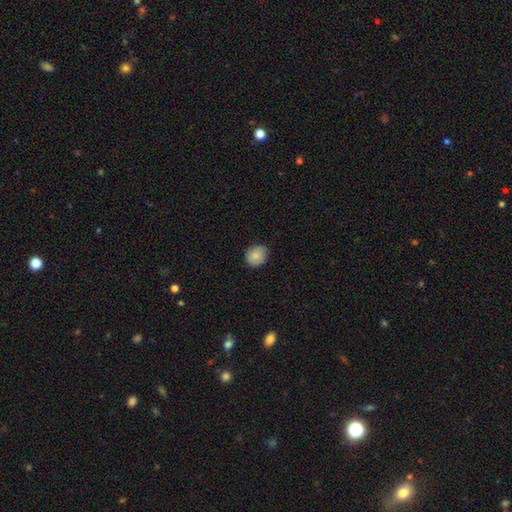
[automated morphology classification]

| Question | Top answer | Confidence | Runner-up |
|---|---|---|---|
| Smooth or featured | smooth | 84% | featured or disk (8%) |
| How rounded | round | 65% | in between (34%) |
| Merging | none | 80% | minor disturbance (16%) |